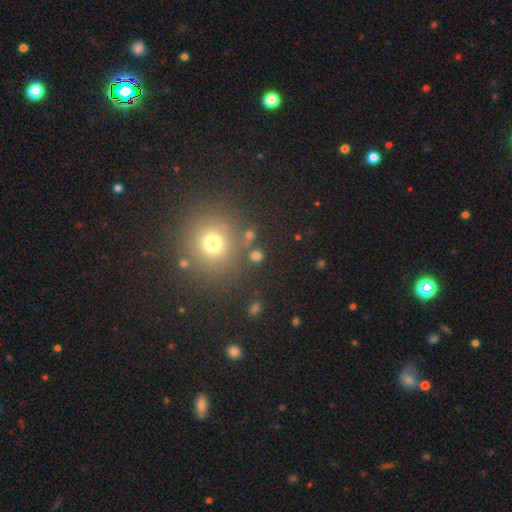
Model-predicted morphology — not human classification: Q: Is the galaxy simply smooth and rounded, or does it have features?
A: smooth — 71%.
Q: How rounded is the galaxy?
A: round — 87%.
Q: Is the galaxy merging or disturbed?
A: none — 80%.